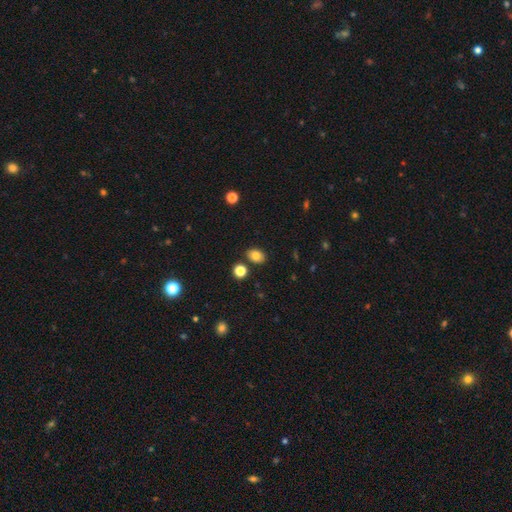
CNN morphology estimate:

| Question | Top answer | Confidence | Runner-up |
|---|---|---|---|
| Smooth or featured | smooth | 81% | star or artifact (11%) |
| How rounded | in between | 70% | round (29%) |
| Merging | none | 83% | minor disturbance (10%) |